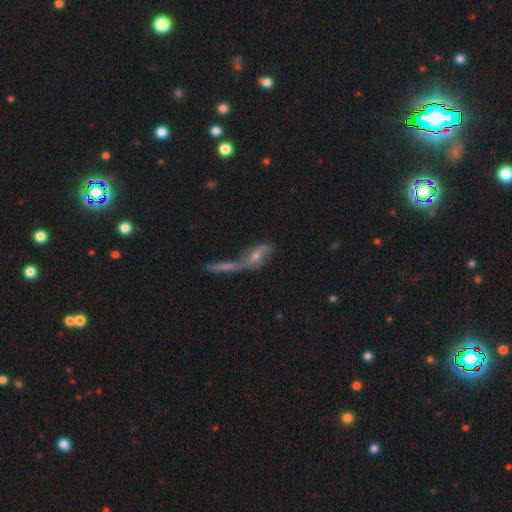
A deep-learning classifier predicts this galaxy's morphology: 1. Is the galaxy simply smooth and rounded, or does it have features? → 58% featured or disk, 28% smooth, 14% star or artifact.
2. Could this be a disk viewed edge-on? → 75% no, 25% yes.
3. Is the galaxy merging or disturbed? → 52% merger, 25% none, 13% major disturbance, 10% minor disturbance.